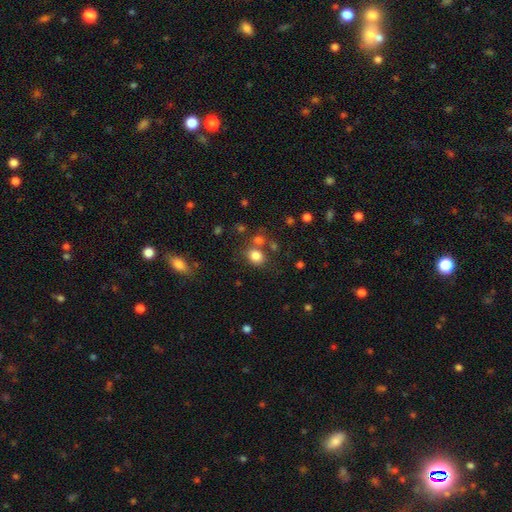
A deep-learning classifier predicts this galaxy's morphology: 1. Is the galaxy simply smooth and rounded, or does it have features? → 81% smooth, 13% star or artifact, 6% featured or disk.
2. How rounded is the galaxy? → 61% round, 38% in between, 1% cigar-shaped.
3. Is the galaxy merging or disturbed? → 68% none, 16% merger, 12% minor disturbance, 5% major disturbance.